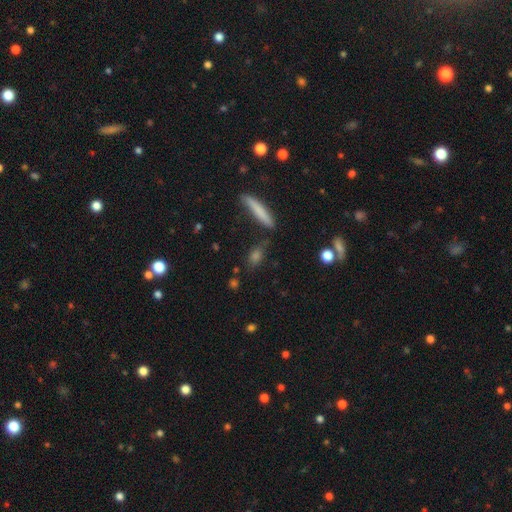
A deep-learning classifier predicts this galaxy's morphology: smooth-or-featured: smooth: 70% | featured or disk: 15% | star or artifact: 14%
  how-rounded: cigar-shaped: 45% | in between: 42% | round: 14%
  merging: none: 74% | minor disturbance: 15% | merger: 6% | major disturbance: 5%